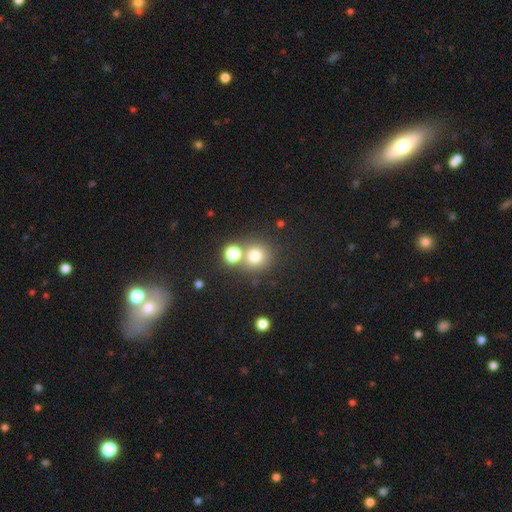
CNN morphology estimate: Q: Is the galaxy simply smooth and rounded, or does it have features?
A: smooth — 69%.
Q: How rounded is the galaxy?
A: round — 87%.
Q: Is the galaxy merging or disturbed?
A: none — 63%.